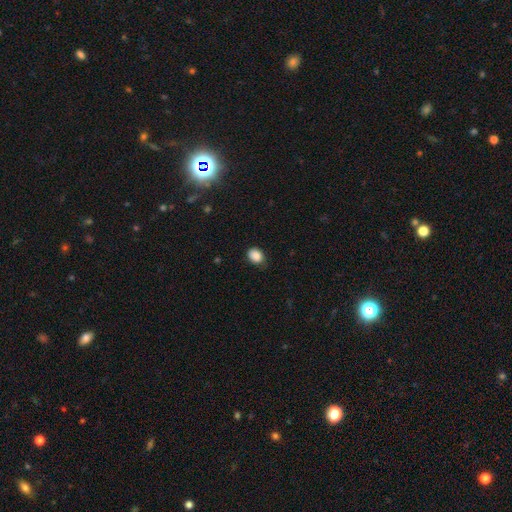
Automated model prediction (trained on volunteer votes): A smooth galaxy with no disk features (86%) that is in between round and cigar-shaped (59%).

Vote fractions:
- Smooth or featured? smooth: 86% / star or artifact: 9% / featured or disk: 5%
- How rounded? in between: 59% / round: 40% / cigar-shaped: 1%
- Merging? none: 75% / minor disturbance: 20% / major disturbance: 4% / merger: 1%